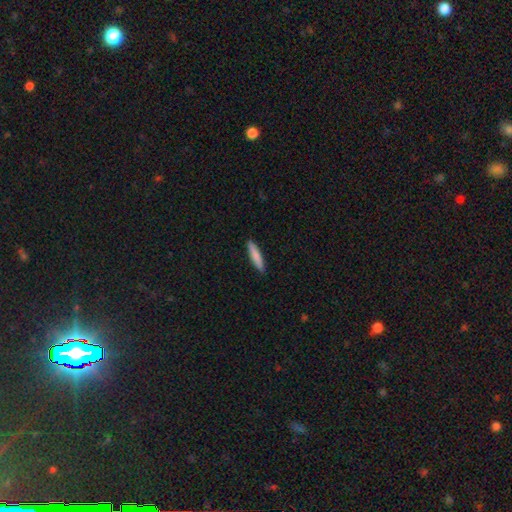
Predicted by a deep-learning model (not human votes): Smooth or featured? smooth (82%)
How rounded? cigar-shaped (88%)
Merging? none (91%)